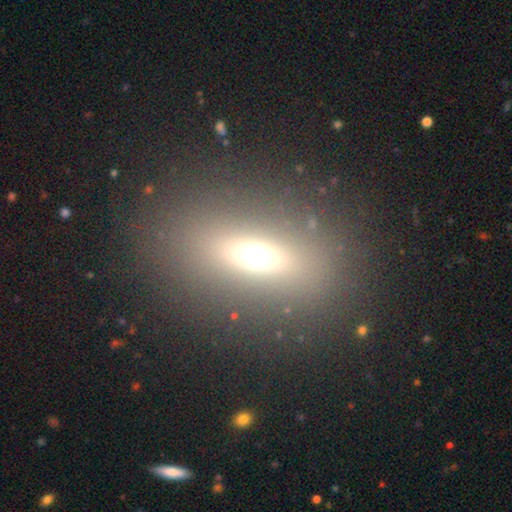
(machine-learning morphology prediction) A smooth galaxy with no disk features (55%) that is in between round and cigar-shaped (66%). Merging: none (84%).